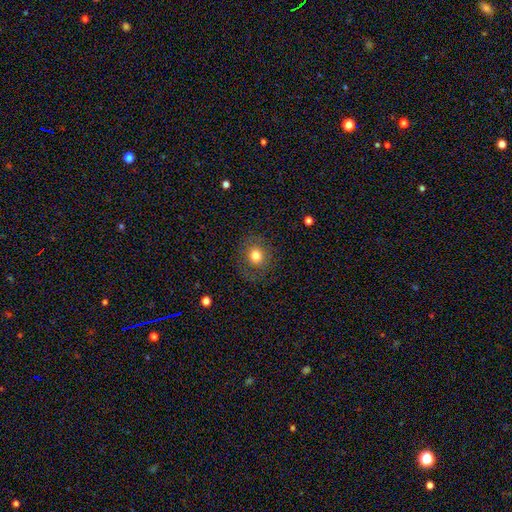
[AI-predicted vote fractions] This appears to be a smooth galaxy with no disk features (75%) that is round (77%). Merging: none (82%).